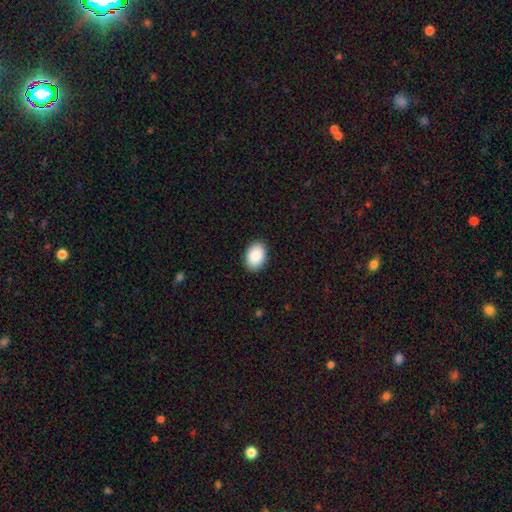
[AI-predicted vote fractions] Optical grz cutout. It shows a smooth galaxy with no disk features (89%) that is in between round and cigar-shaped (84%). Merging: none (90%).